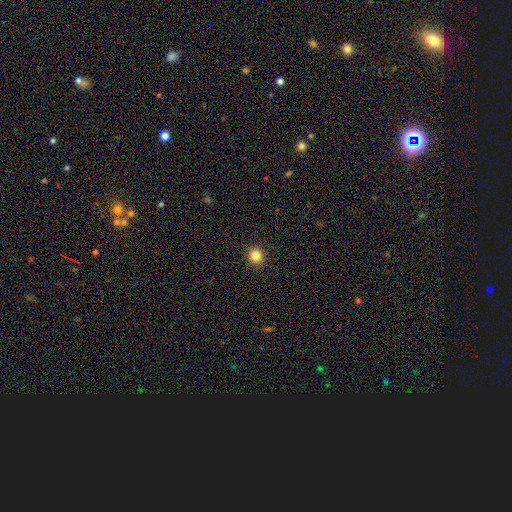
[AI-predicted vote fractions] Q: Smooth or featured?
A: smooth (84%); runner-up: star or artifact (12%)
Q: How rounded?
A: round (93%); runner-up: in between (6%)
Q: Merging?
A: none (92%); runner-up: minor disturbance (5%)